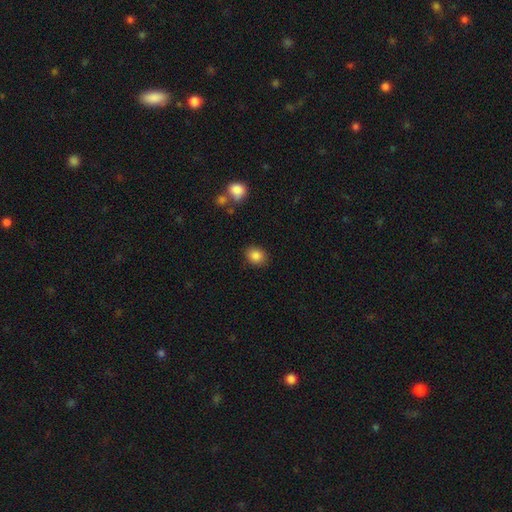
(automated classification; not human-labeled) Morphology: type=smooth (86%); roundness=round (63%); merging=none (86%).